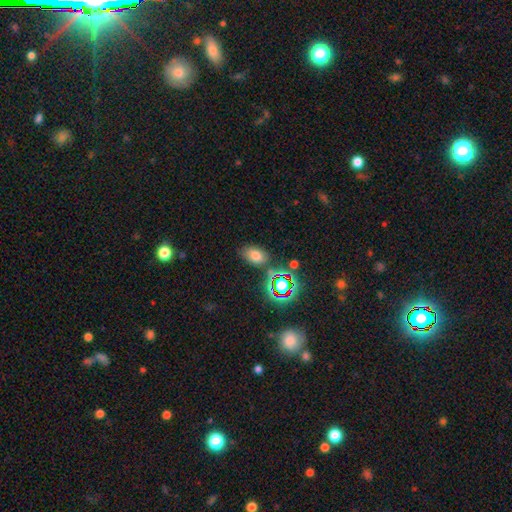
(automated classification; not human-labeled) Morphology: type=smooth (69%); roundness=in between (85%); merging=none (76%).